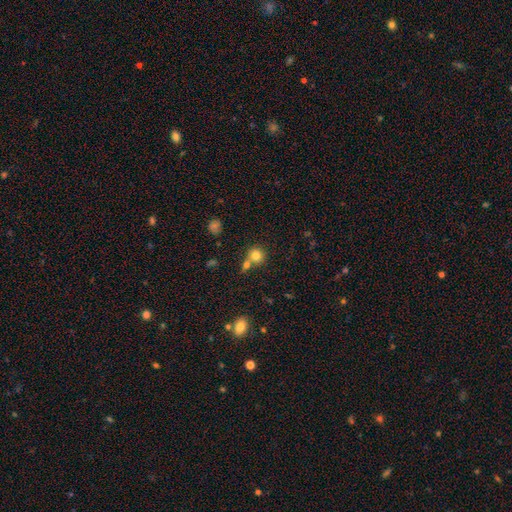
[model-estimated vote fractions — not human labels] smooth_or_featured: smooth (p=0.79) [alt: star or artifact p=0.12]
how_rounded: round (p=0.89) [alt: in between p=0.10]
merging: none (p=0.55) [alt: merger p=0.33]